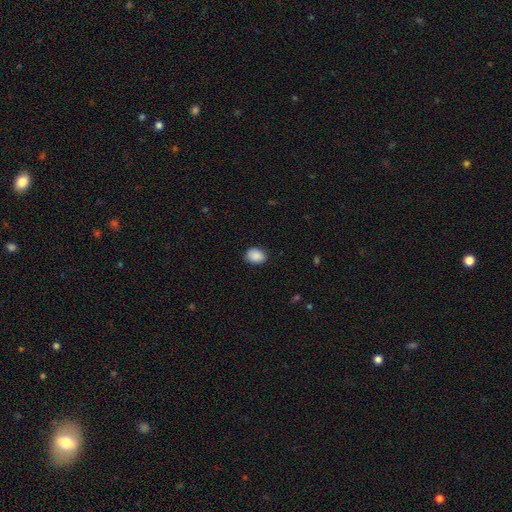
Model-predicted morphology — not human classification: Smooth or featured? Predicted: smooth (p=0.90). How rounded? Predicted: in between (p=0.63). Merging? Predicted: none (p=0.88).